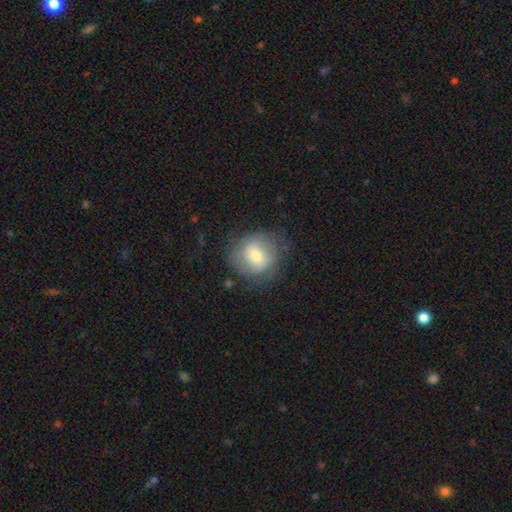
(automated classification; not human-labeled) Smooth or featured? Predicted: smooth (p=0.52). How rounded? Predicted: round (p=0.84). Merging? Predicted: none (p=0.72).